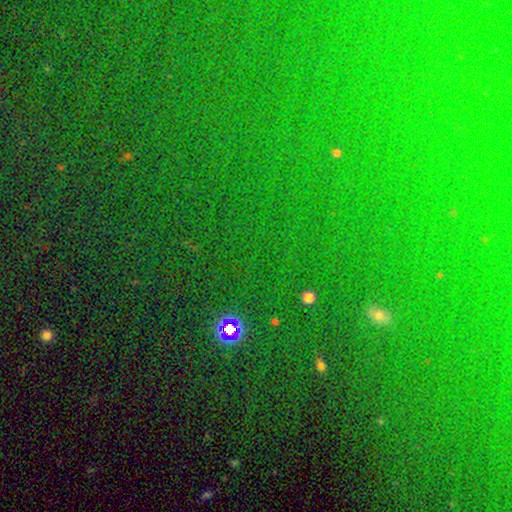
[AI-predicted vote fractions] Overall: star or artifact (78%).